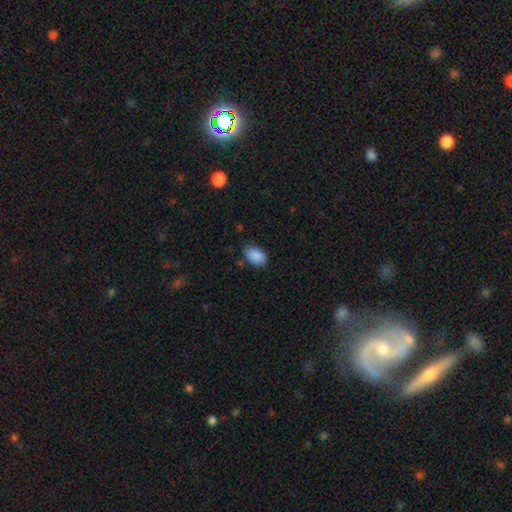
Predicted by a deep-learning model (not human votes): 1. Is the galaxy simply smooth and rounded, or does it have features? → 89% smooth, 7% star or artifact, 4% featured or disk.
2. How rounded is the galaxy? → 90% in between, 9% round, 1% cigar-shaped.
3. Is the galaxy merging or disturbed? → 74% none, 20% minor disturbance, 4% major disturbance, 2% merger.